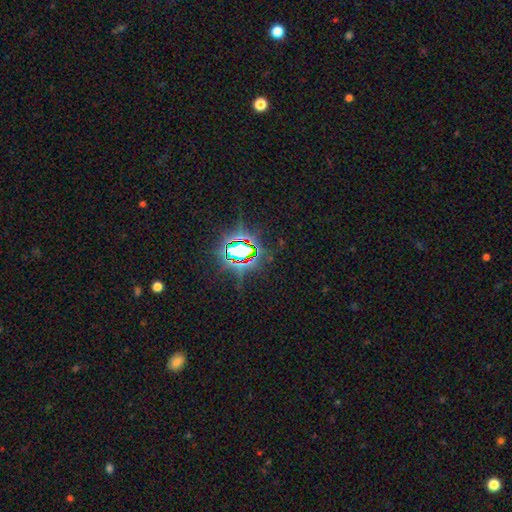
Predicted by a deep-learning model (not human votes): smooth-or-featured: star or artifact: 83% | smooth: 10% | featured or disk: 7%